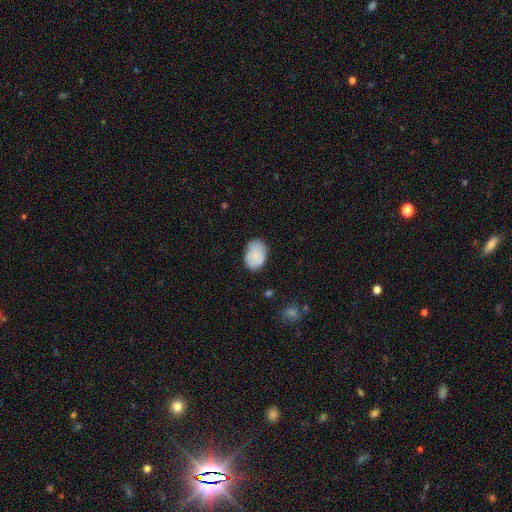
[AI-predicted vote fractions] Q: Smooth or featured?
A: smooth (78%); runner-up: featured or disk (15%)
Q: How rounded?
A: in between (80%); runner-up: round (19%)
Q: Merging?
A: none (70%); runner-up: minor disturbance (24%)